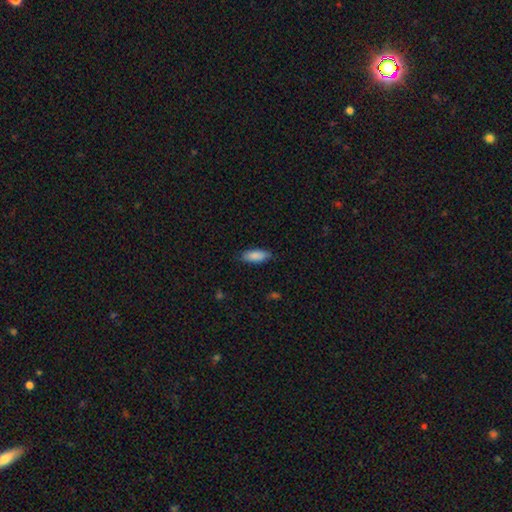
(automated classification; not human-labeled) Morphology: type=smooth (87%); roundness=in between (77%); merging=none (82%).